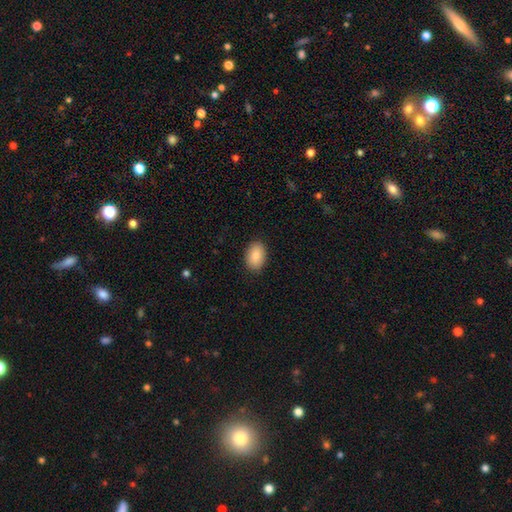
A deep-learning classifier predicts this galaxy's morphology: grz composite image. It shows a smooth galaxy with no disk features (87%) that is in between round and cigar-shaped (87%). Merging: none (89%).